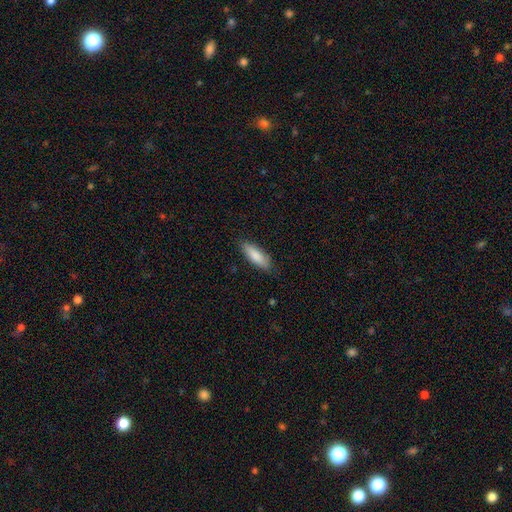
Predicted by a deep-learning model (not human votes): Smooth or featured? smooth (84%)
How rounded? in between (58%)
Merging? none (83%)